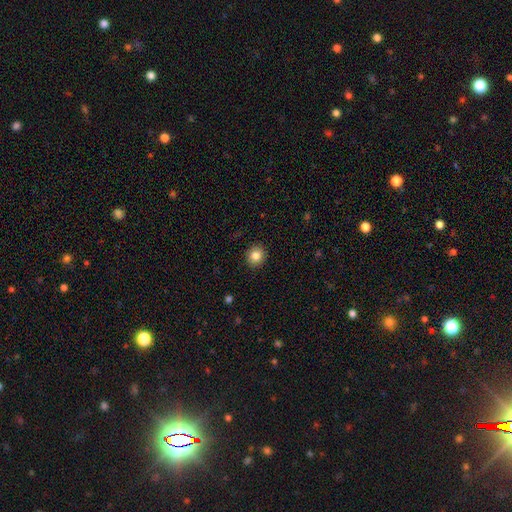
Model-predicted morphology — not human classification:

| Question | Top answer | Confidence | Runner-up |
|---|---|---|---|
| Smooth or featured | smooth | 84% | star or artifact (10%) |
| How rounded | round | 83% | in between (16%) |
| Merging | none | 91% | minor disturbance (6%) |